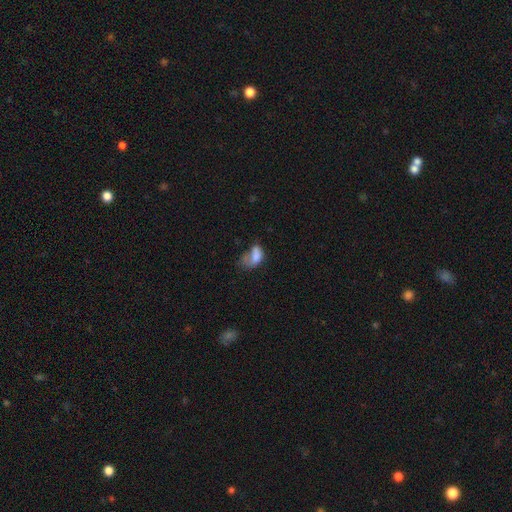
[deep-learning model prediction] smooth-or-featured: smooth: 68% | featured or disk: 22% | star or artifact: 11%
  how-rounded: in between: 87% | round: 11% | cigar-shaped: 2%
  merging: major disturbance: 46% | minor disturbance: 22% | none: 19% | merger: 13%